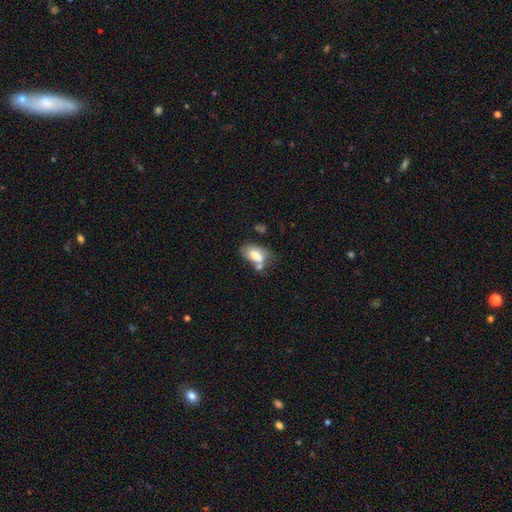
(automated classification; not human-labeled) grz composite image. It shows a smooth galaxy with no disk features (70%) that is in between round and cigar-shaped (91%). Merging: merger (38%).